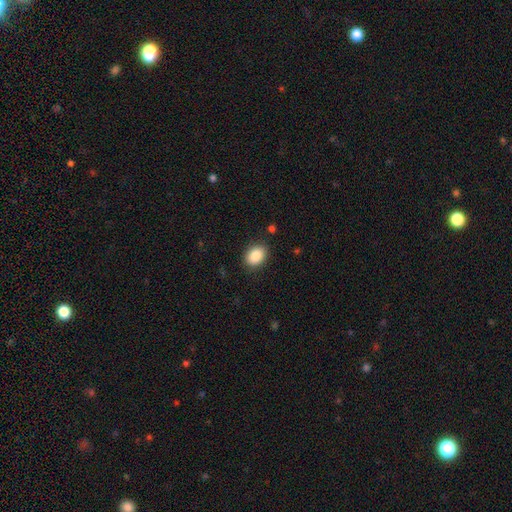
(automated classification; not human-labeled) smooth_or_featured: smooth (p=0.86) [alt: star or artifact p=0.08]
how_rounded: in between (p=0.71) [alt: round p=0.28]
merging: none (p=0.87) [alt: minor disturbance p=0.09]